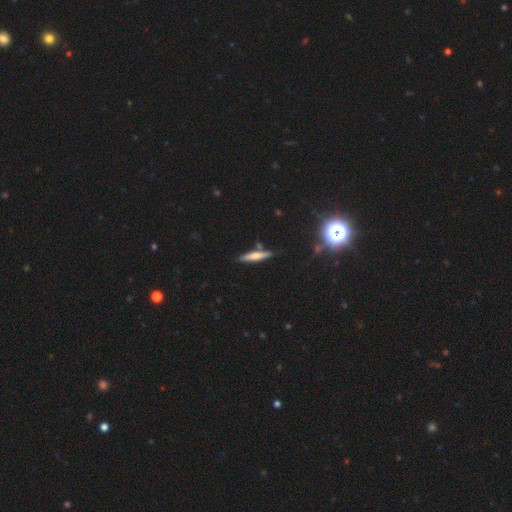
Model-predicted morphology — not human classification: Q: Smooth or featured?
A: smooth (55%); runner-up: featured or disk (36%)
Q: How rounded?
A: cigar-shaped (87%); runner-up: in between (11%)
Q: Merging?
A: none (79%); runner-up: minor disturbance (12%)